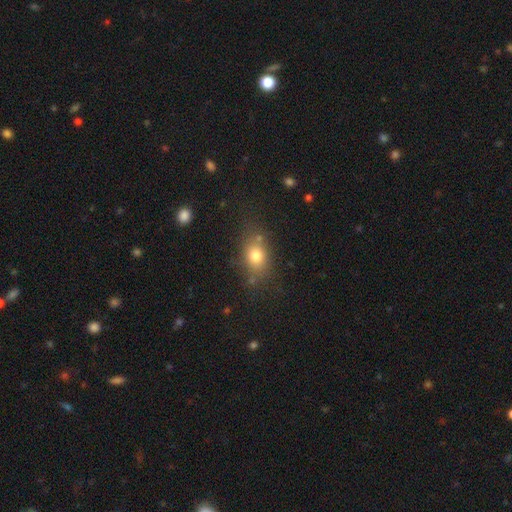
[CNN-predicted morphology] This is likely a smooth galaxy (78%). How rounded: likely in between (66%). Merging: likely none (71%).